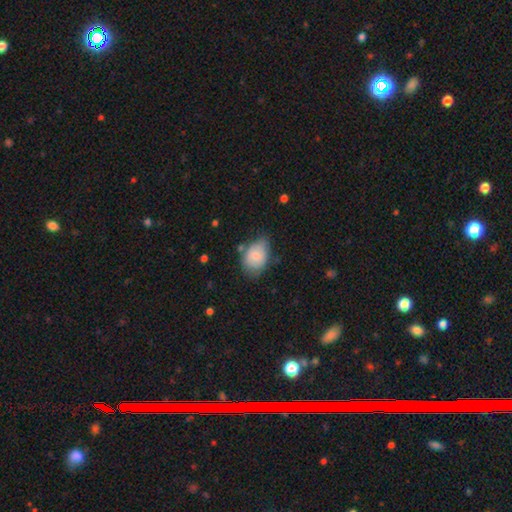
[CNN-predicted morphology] Smooth or featured: smooth — 73% (featured or disk — 19%)
How rounded: in between — 73% (round — 26%)
Merging: none — 52% (minor disturbance — 35%)